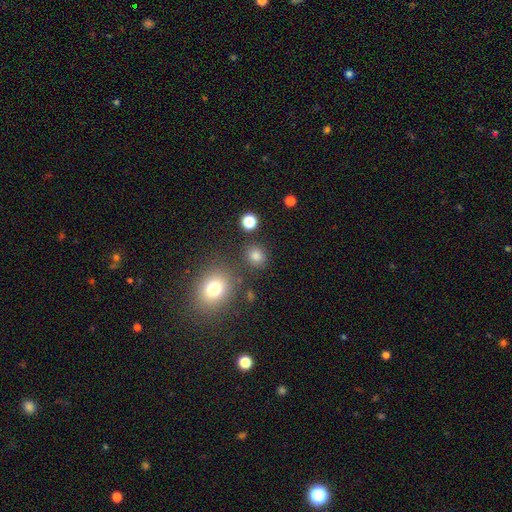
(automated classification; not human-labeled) A smooth galaxy with no disk features (79%) that is round (76%). Merging: none (83%).